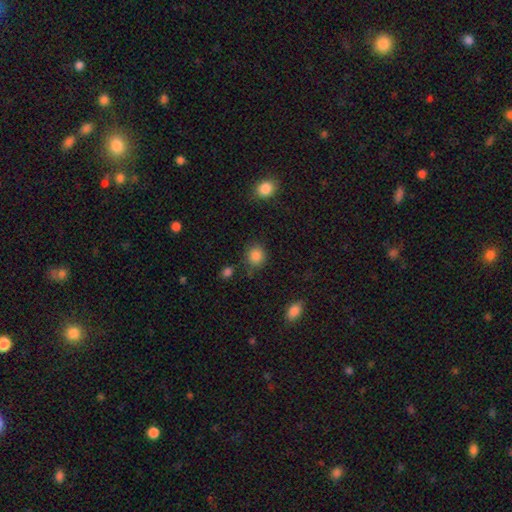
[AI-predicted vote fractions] Morphology: type=smooth (86%); roundness=round (81%); merging=none (78%).